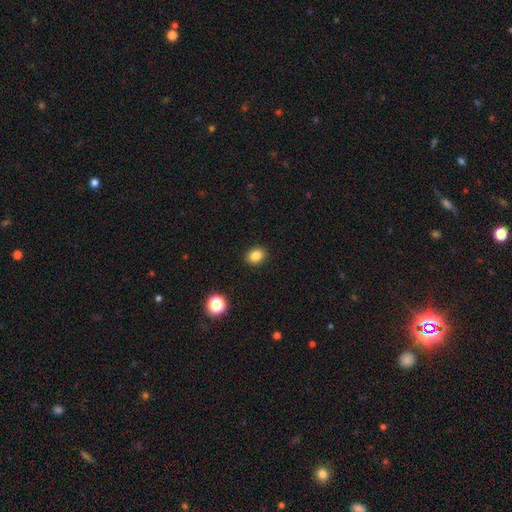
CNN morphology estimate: Smooth or featured? Predicted: smooth (p=0.84). How rounded? Predicted: in between (p=0.50). Merging? Predicted: none (p=0.91).